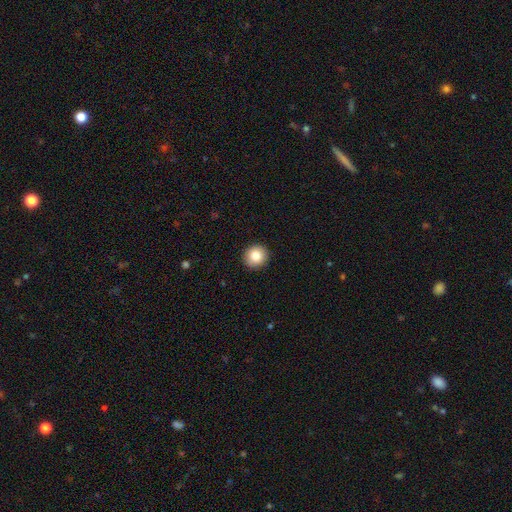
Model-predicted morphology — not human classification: A smooth galaxy with no disk features (84%) that is round (93%).

Vote fractions:
- Smooth or featured? smooth: 84% / star or artifact: 9% / featured or disk: 7%
- How rounded? round: 93% / in between: 6% / cigar-shaped: 1%
- Merging? none: 92% / minor disturbance: 5% / major disturbance: 2% / merger: 1%